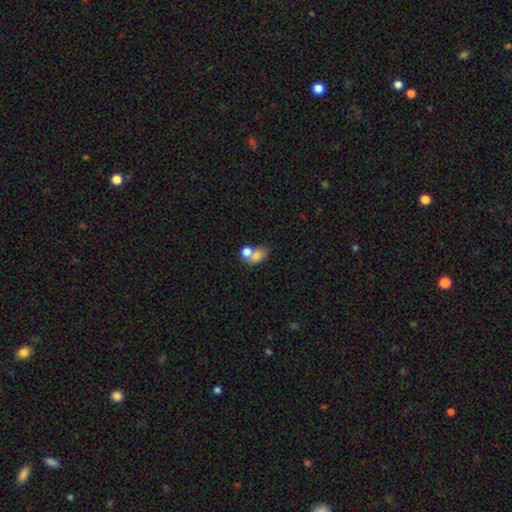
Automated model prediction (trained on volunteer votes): This is likely a smooth galaxy (73%). How rounded: possibly in between (59%). Merging: possibly merger (58%).